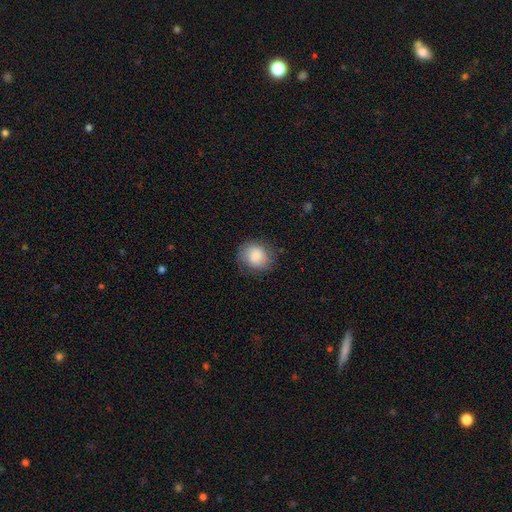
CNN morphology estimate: A smooth galaxy with no disk features (86%) that is round (72%).

Vote fractions:
- Smooth or featured? smooth: 86% / star or artifact: 7% / featured or disk: 7%
- How rounded? round: 72% / in between: 27% / cigar-shaped: 1%
- Merging? none: 79% / minor disturbance: 16% / major disturbance: 5% / merger: 1%